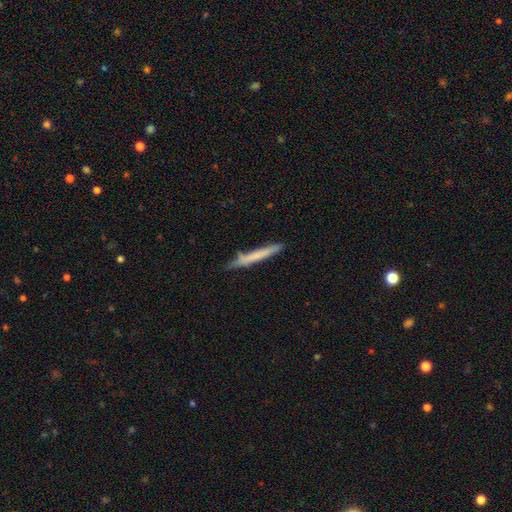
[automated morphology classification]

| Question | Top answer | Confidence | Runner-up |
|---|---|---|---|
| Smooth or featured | smooth | 64% | featured or disk (31%) |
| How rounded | cigar-shaped | 96% | in between (3%) |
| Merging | none | 78% | minor disturbance (17%) |